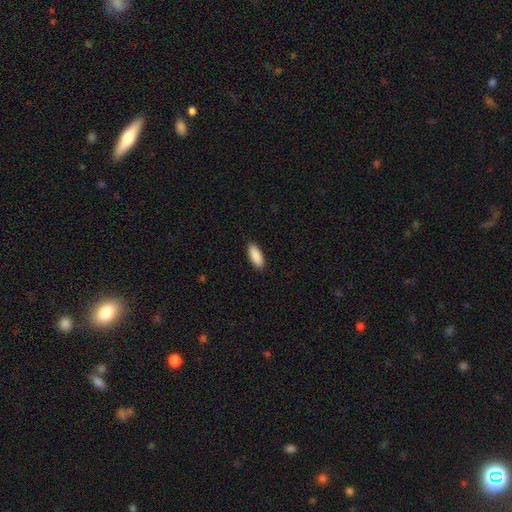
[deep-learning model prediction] The model was most divided on "how rounded": in between: 78%, cigar-shaped: 20%, round: 2%. More confident: smooth or featured — smooth (91%); merging — none (90%).